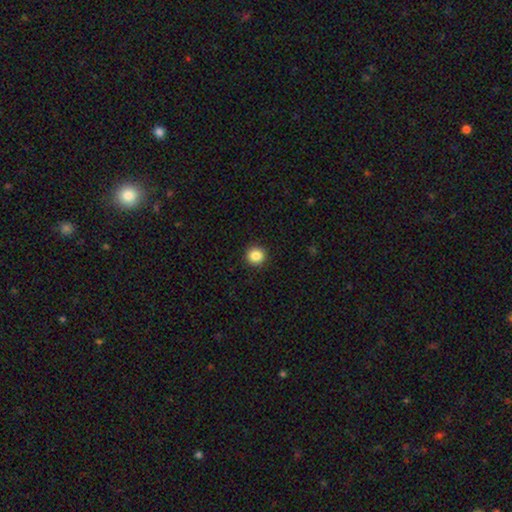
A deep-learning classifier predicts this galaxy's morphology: Smooth or featured?
  - smooth: 87% *
  - star or artifact: 10%
  - featured or disk: 3%
How rounded?
  - round: 94% *
  - in between: 5%
  - cigar-shaped: 1%
Merging?
  - none: 93% *
  - minor disturbance: 5%
  - major disturbance: 2%
  - merger: 1%